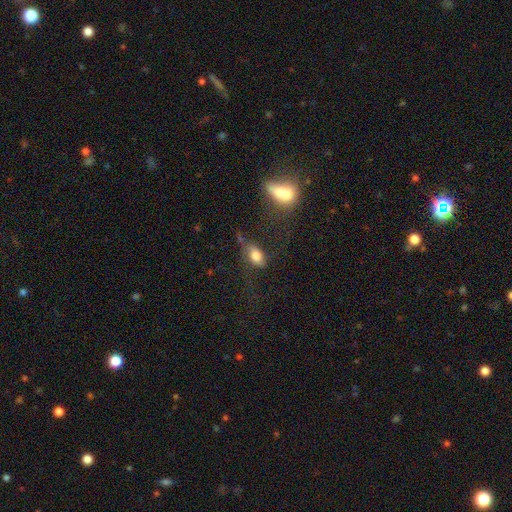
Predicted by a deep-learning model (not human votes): smooth_or_featured: smooth (p=0.76) [alt: featured or disk p=0.14]
how_rounded: in between (p=0.87) [alt: round p=0.09]
merging: none (p=0.49) [alt: minor disturbance p=0.25]